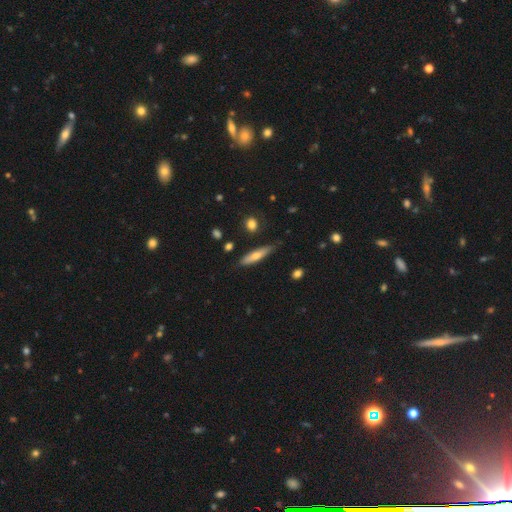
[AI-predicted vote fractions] This appears to be a smooth galaxy with no disk features (62%) that is cigar-shaped (79%). Merging: none (76%).